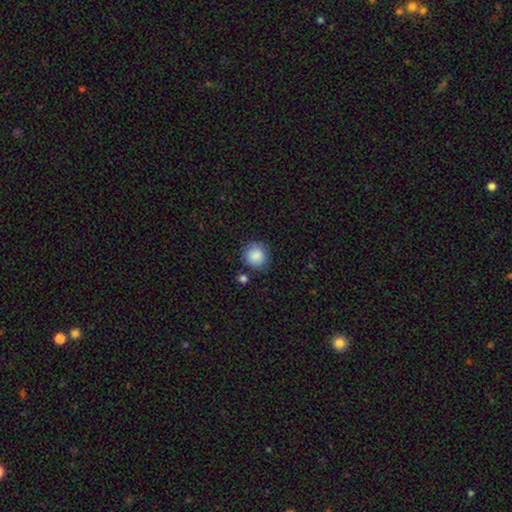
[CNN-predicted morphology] Smooth or featured? Predicted: smooth (p=0.87). How rounded? Predicted: round (p=0.89). Merging? Predicted: none (p=0.82).